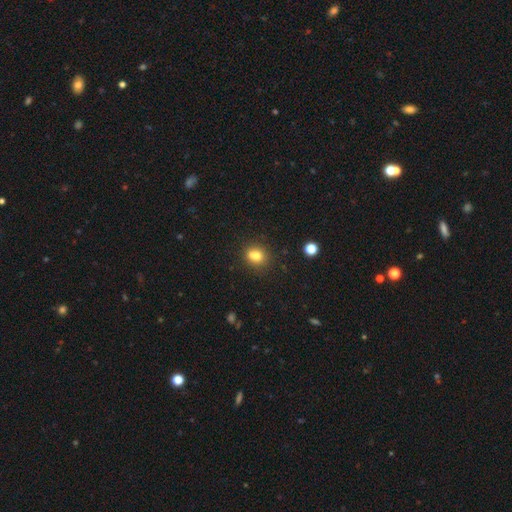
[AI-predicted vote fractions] The model was most divided on "merging": none: 55%, merger: 28%, minor disturbance: 14%, major disturbance: 4%. More confident: smooth or featured — smooth (75%); how rounded — round (63%).